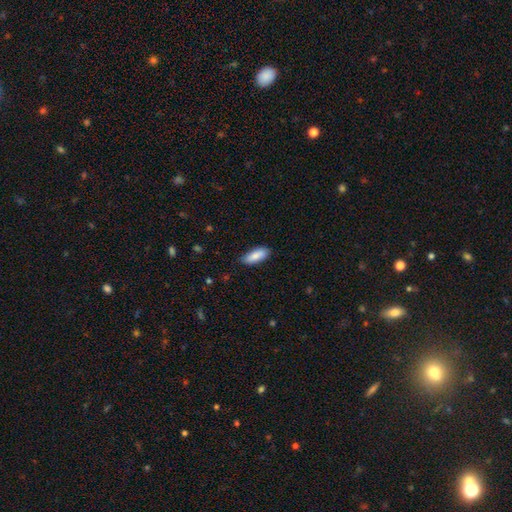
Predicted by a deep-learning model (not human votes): A smooth galaxy with no disk features (86%) that is in between round and cigar-shaped (75%). Merging: none (84%).